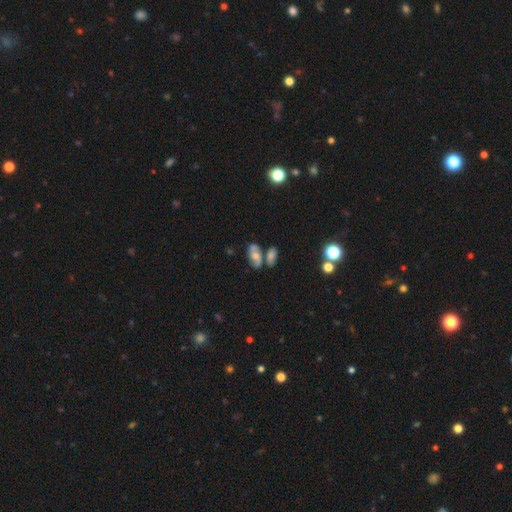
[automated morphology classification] A featured or disk galaxy (53%). Merging: none (46%).